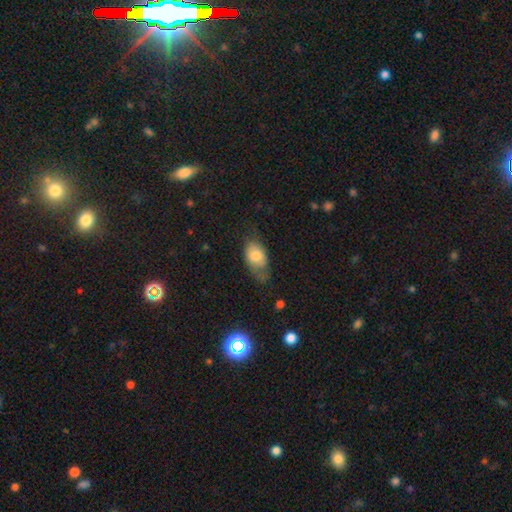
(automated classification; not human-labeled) A smooth galaxy with no disk features (72%) that is in between round and cigar-shaped (89%).

Vote fractions:
- Smooth or featured? smooth: 72% / featured or disk: 21% / star or artifact: 7%
- How rounded? in between: 89% / round: 9% / cigar-shaped: 2%
- Merging? none: 43% / minor disturbance: 35% / major disturbance: 19% / merger: 2%